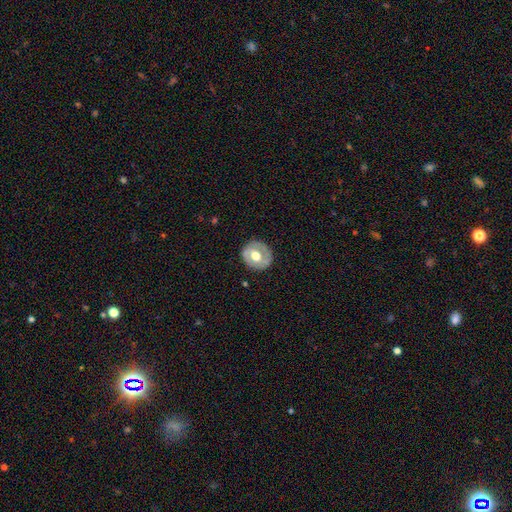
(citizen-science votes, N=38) This appears to be a featured or disk galaxy (53%) with no bar (56%), no spiral arms (61%) and a moderate central bulge (78%). Merging: none (83%).